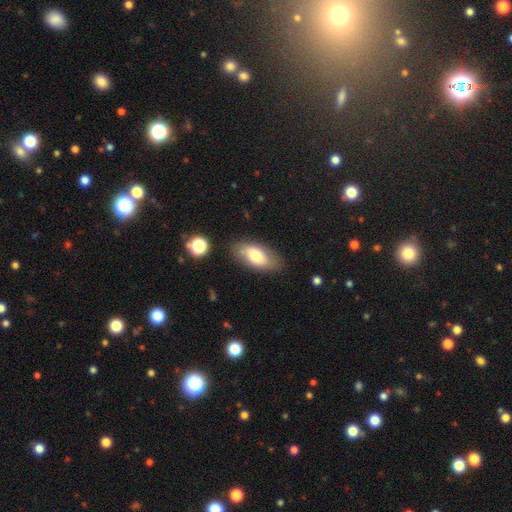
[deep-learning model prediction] Smooth or featured: smooth — 70% (featured or disk — 23%)
How rounded: in between — 90% (cigar-shaped — 6%)
Merging: none — 77% (minor disturbance — 16%)